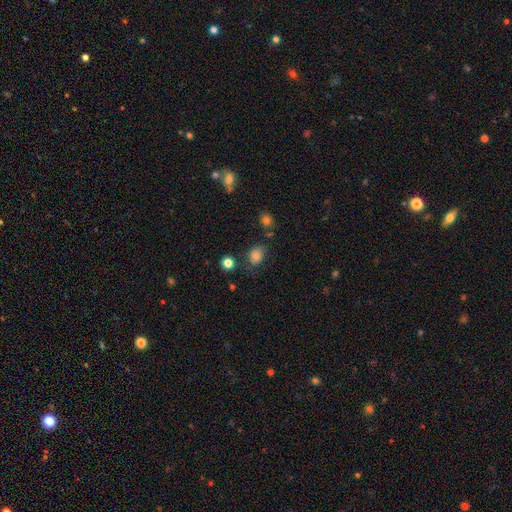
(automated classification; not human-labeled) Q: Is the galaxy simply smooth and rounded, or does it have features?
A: smooth — 79%.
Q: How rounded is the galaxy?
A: in between — 50%.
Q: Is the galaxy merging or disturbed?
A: none — 65%.